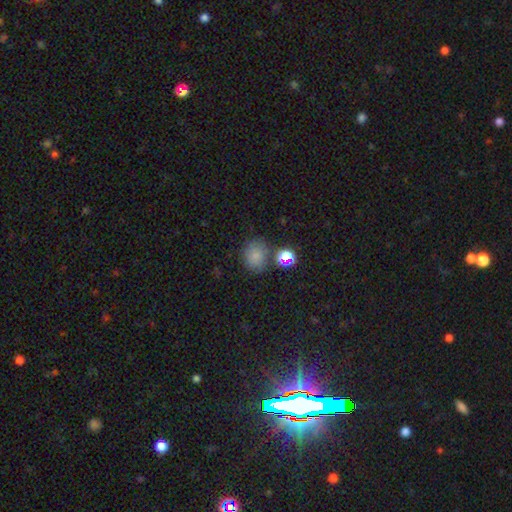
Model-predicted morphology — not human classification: Smooth or featured? smooth (77%)
How rounded? round (66%)
Merging? none (66%)